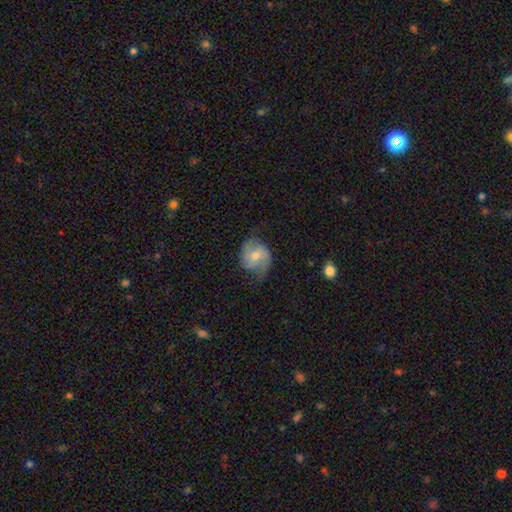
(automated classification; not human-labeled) The model was most divided on "smooth or featured": featured or disk: 51%, smooth: 42%, star or artifact: 7%. More confident: edge-on disk — no (97%); merging — none (63%).